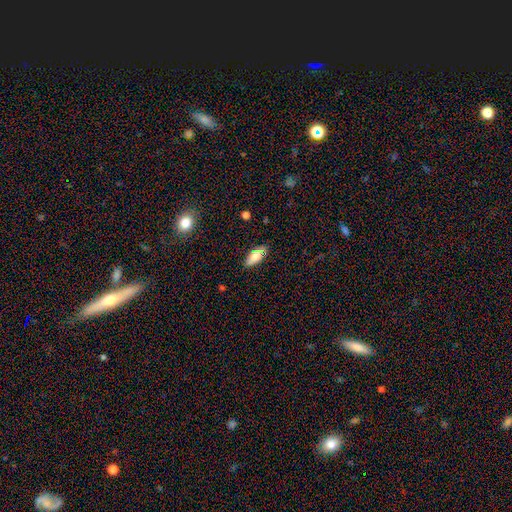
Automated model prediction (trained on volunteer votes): Smooth or featured?
  - smooth: 72% *
  - featured or disk: 20%
  - star or artifact: 8%
How rounded?
  - in between: 81% *
  - cigar-shaped: 16%
  - round: 3%
Merging?
  - none: 80% *
  - minor disturbance: 14%
  - merger: 3%
  - major disturbance: 3%